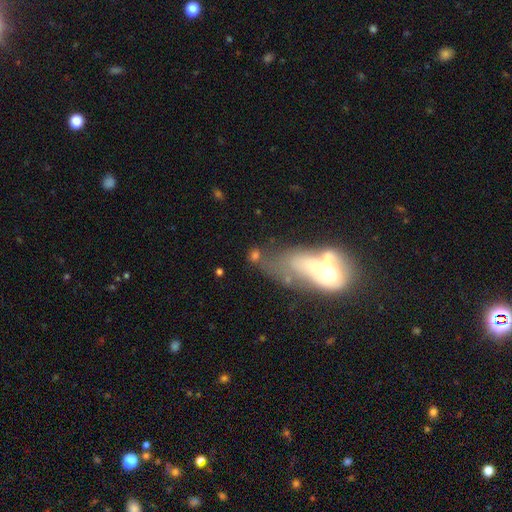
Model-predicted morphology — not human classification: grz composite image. It shows a smooth galaxy with no disk features (44%). Merging: merger (40%).